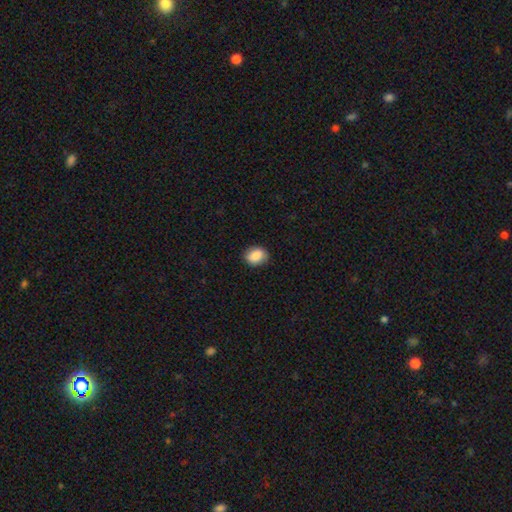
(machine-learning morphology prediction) This appears to be a smooth galaxy with no disk features (86%) that is in between round and cigar-shaped (54%). Merging: none (86%).